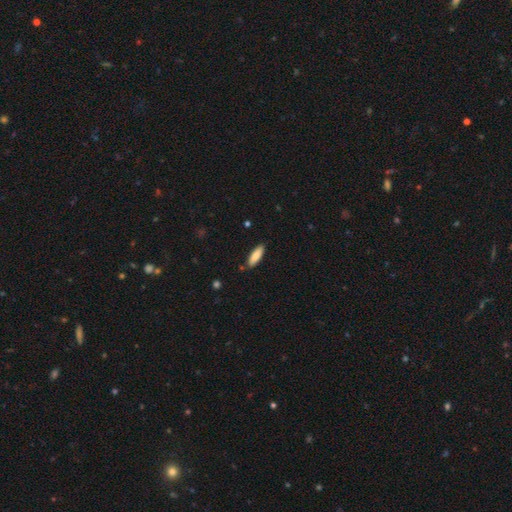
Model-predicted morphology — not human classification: Smooth or featured: smooth — 82% (featured or disk — 12%)
How rounded: in between — 53% (cigar-shaped — 46%)
Merging: none — 86% (minor disturbance — 10%)